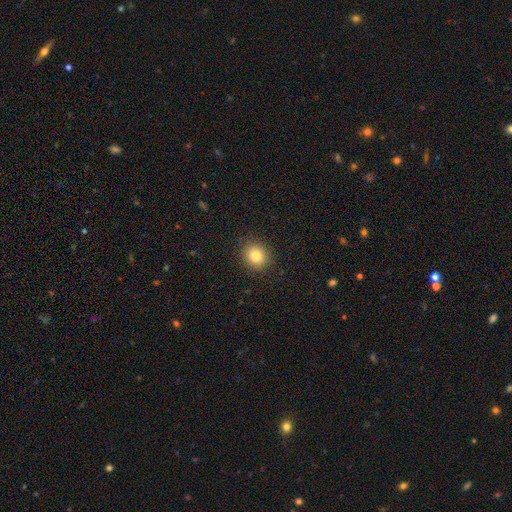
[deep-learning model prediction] Overall: smooth (82%). How rounded: round (80%). Merging: none (90%).